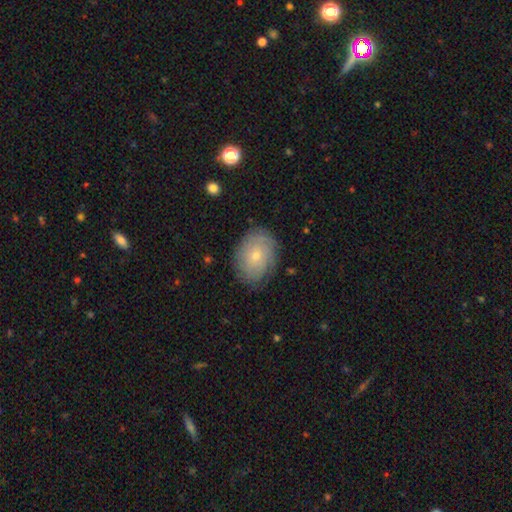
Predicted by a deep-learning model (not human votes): Smooth or featured? Predicted: smooth (p=0.50). How rounded? Predicted: in between (p=0.70). Merging? Predicted: none (p=0.81).